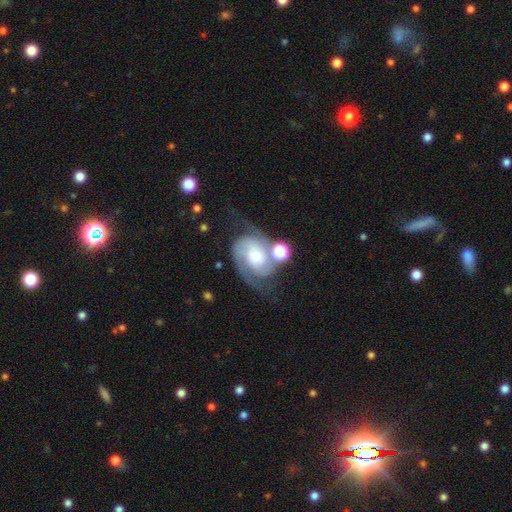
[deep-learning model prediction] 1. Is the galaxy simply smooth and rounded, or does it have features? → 86% featured or disk, 8% smooth, 6% star or artifact.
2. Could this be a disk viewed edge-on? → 98% no, 2% yes.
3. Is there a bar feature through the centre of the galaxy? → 67% no, 25% weak, 8% strong.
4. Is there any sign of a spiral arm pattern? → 97% yes, 3% no.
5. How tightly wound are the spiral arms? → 47% medium, 38% tight, 15% loose.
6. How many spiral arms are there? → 87% 2, 4% can't tell, 4% 3, 2% 1, 1% 4, 1% more than 4.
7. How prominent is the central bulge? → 48% small, 34% moderate, 9% large, 6% none, 3% dominant.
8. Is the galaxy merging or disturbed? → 54% none, 18% minor disturbance, 14% merger, 14% major disturbance.